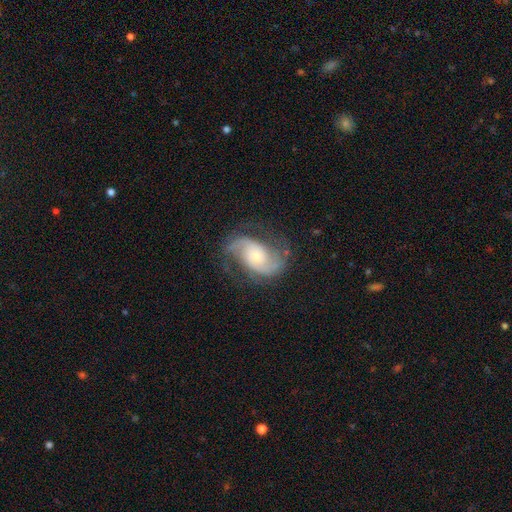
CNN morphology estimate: This appears to be a featured or disk galaxy (84%) with no bar (63%), 2 (88%) medium (49%) spiral arms (96%) and a small central bulge (54%). Merging: none (70%).